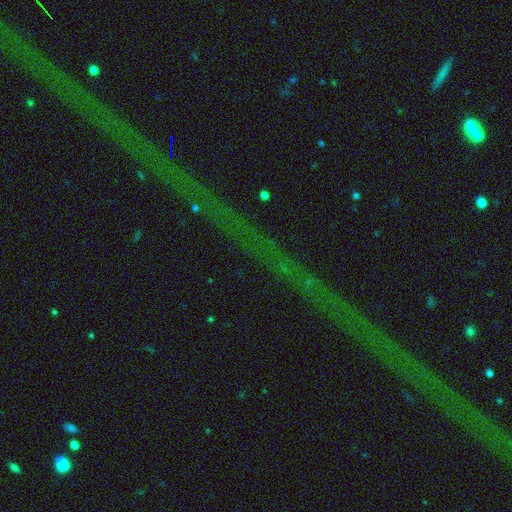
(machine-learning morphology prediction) smooth-or-featured: star or artifact: 76% | featured or disk: 15% | smooth: 9%